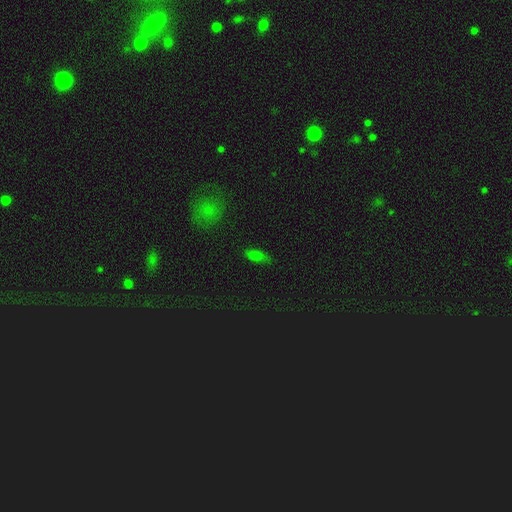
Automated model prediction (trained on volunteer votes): A smooth galaxy with no disk features (70%) that is in between round and cigar-shaped (77%).

Vote fractions:
- Smooth or featured? smooth: 70% / star or artifact: 20% / featured or disk: 11%
- How rounded? in between: 77% / cigar-shaped: 17% / round: 6%
- Merging? none: 75% / minor disturbance: 18% / major disturbance: 5% / merger: 2%